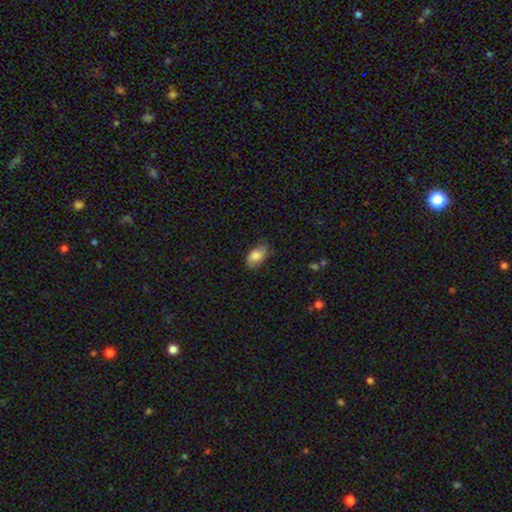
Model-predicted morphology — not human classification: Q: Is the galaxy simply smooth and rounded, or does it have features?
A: smooth — 74%.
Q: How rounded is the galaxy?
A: in between — 93%.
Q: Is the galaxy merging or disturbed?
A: none — 70%.